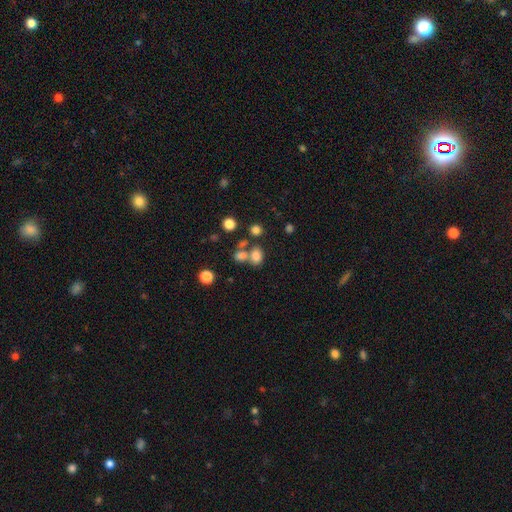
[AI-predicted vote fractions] Smooth or featured: smooth — 76% (star or artifact — 15%)
How rounded: in between — 65% (round — 34%)
Merging: none — 49% (merger — 34%)